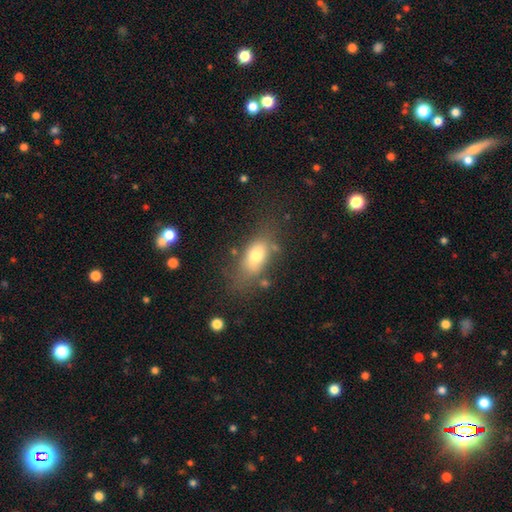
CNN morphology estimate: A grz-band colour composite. It shows a smooth galaxy with no disk features (72%) that is in between round and cigar-shaped (82%). Merging: none (62%).